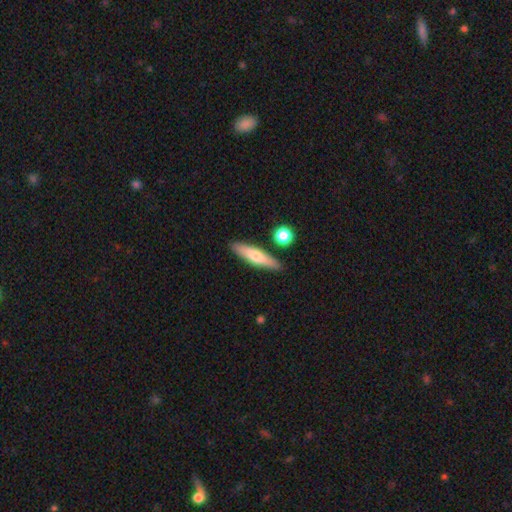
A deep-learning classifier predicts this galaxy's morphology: The model was most divided on "smooth or featured": smooth: 58%, featured or disk: 36%, star or artifact: 6%. More confident: merging — none (85%); how rounded — cigar-shaped (78%).